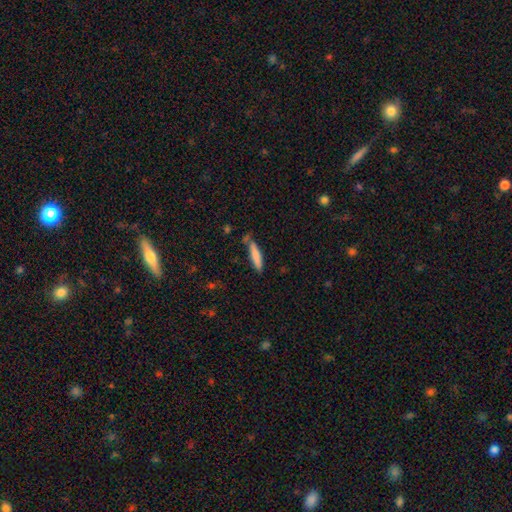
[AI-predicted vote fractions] Smooth or featured? Predicted: smooth (p=0.79). How rounded? Predicted: cigar-shaped (p=0.86). Merging? Predicted: none (p=0.69).